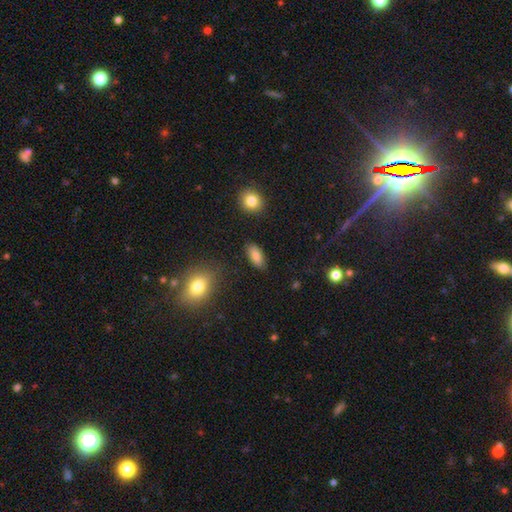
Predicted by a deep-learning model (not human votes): smooth 85%, star or artifact 8%, featured or disk 7%. Down the decision tree: how rounded — in between (89%); merging — none (86%).